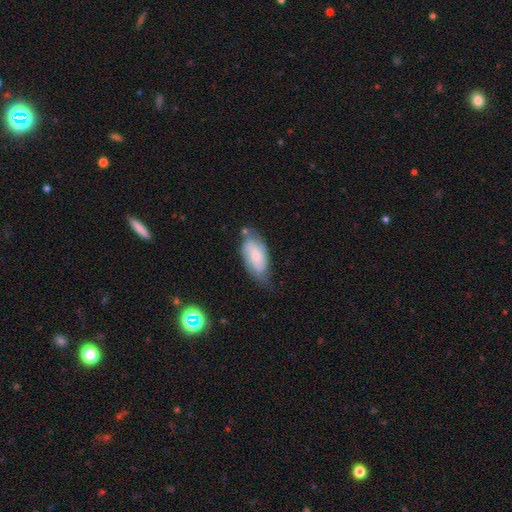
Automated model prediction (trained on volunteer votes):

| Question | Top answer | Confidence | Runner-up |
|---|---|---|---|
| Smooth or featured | featured or disk | 50% | smooth (43%) |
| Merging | none | 53% | minor disturbance (32%) |